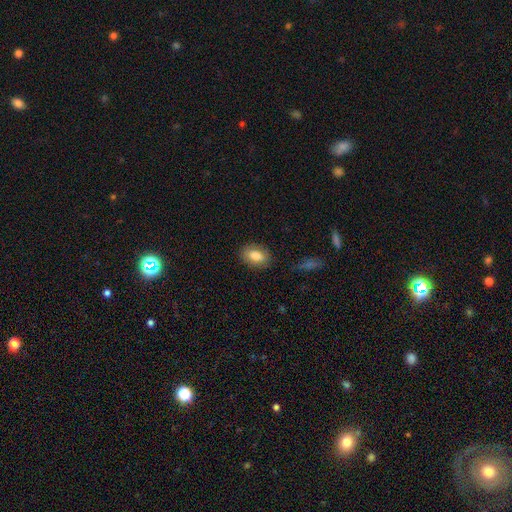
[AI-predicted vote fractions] Morphology: type=smooth (80%); roundness=in between (81%); merging=none (85%).